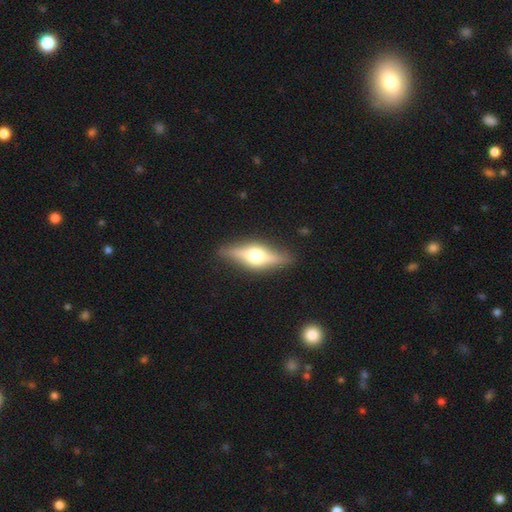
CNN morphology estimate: A featured or disk galaxy (65%) viewed edge-on (93%) with a rounded central bulge (93%). Merging: none (86%).